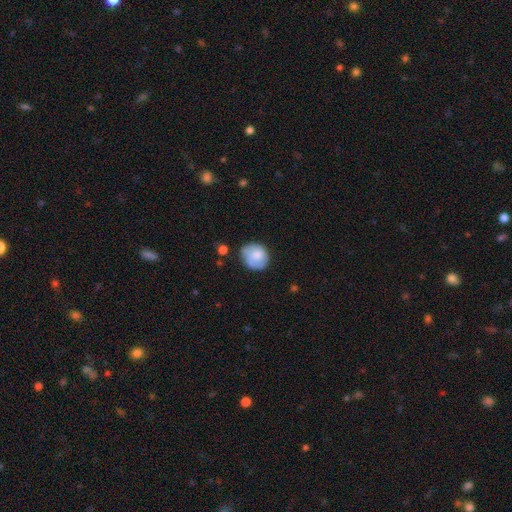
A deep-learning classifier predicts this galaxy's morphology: Overall: smooth (76%). How rounded: round (72%). Merging: none (61%; minor disturbance 28%).